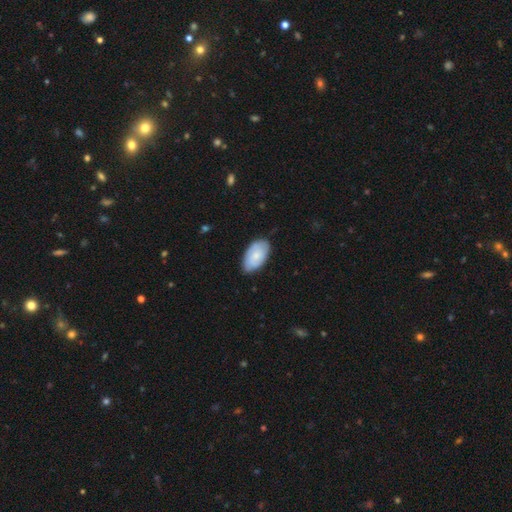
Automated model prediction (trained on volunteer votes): Overall: smooth (66%; featured or disk 28%). How rounded: in between (95%). Merging: none (76%).